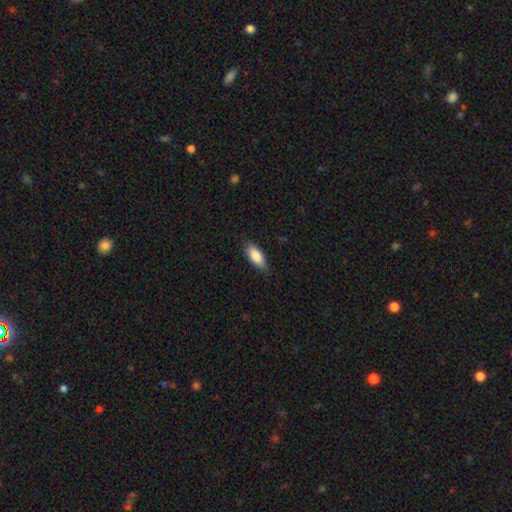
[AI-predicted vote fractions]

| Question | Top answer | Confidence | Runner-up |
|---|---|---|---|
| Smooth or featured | smooth | 85% | featured or disk (9%) |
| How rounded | in between | 80% | cigar-shaped (18%) |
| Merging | none | 83% | minor disturbance (14%) |